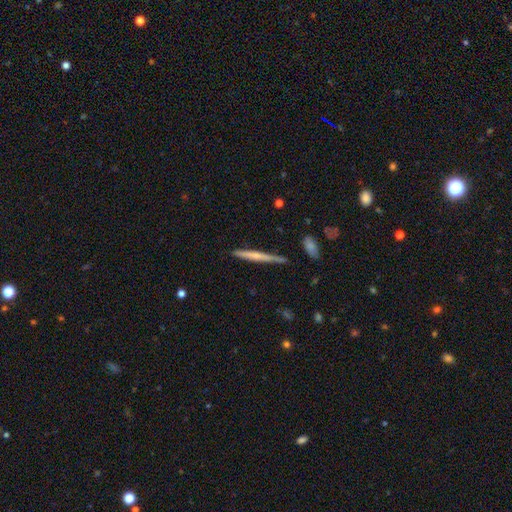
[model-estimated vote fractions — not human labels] Overall: featured or disk (49%; smooth 45%). Merging: none (84%).